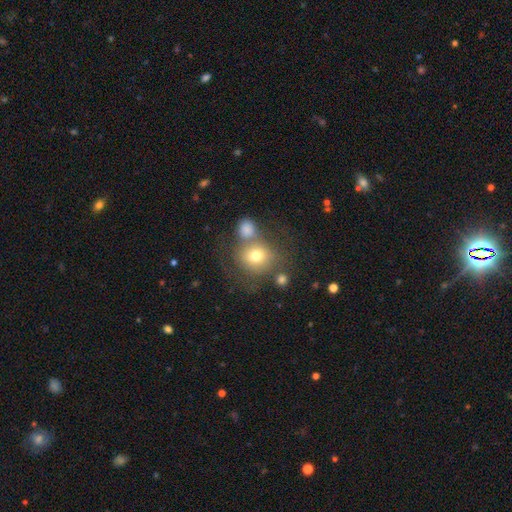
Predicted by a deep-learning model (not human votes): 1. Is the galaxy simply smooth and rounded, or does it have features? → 70% smooth, 18% featured or disk, 12% star or artifact.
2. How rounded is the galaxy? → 81% round, 18% in between, 1% cigar-shaped.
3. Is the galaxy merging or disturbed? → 50% none, 27% merger, 14% minor disturbance, 10% major disturbance.